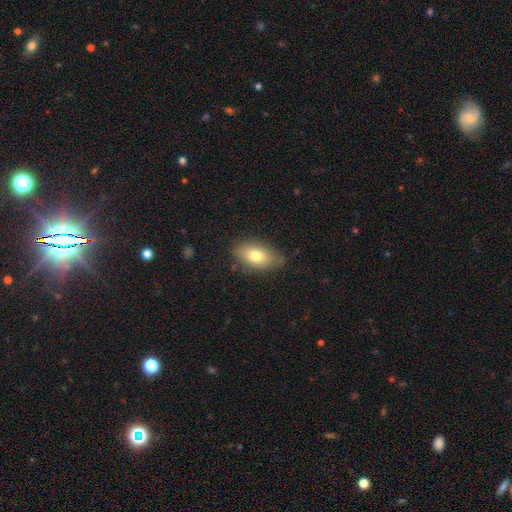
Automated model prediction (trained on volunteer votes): Smooth or featured?
  - smooth: 76% *
  - featured or disk: 16%
  - star or artifact: 8%
How rounded?
  - in between: 89% *
  - round: 8%
  - cigar-shaped: 3%
Merging?
  - none: 77% *
  - minor disturbance: 18%
  - major disturbance: 4%
  - merger: 1%